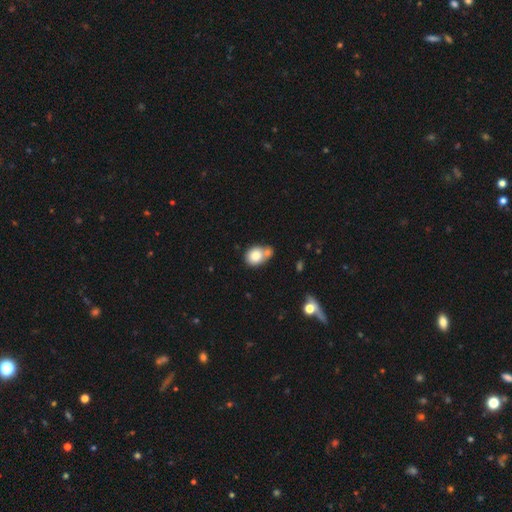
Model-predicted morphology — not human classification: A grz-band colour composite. It shows a smooth galaxy with no disk features (81%) that is round (62%). Merging: merger (43%).